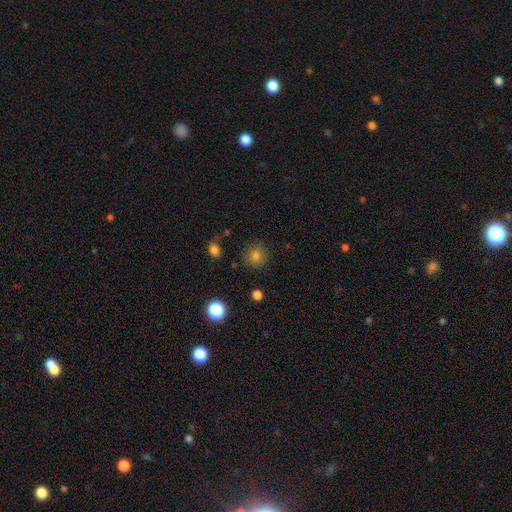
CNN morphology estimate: The model was most divided on "smooth or featured": smooth: 79%, star or artifact: 15%, featured or disk: 7%. More confident: how rounded — round (92%); merging — none (87%).